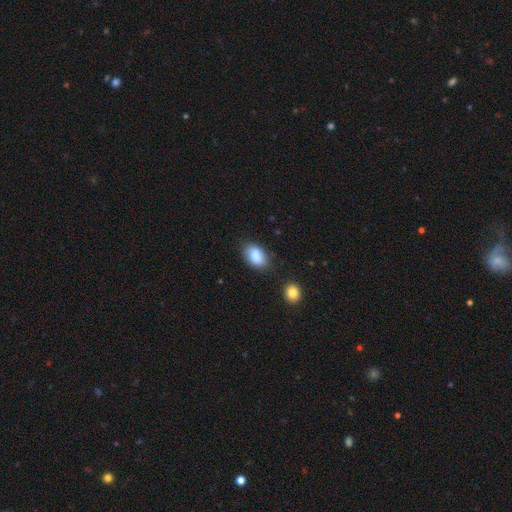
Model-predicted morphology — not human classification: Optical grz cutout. It shows a smooth galaxy with no disk features (88%) that is in between round and cigar-shaped (89%). Merging: none (78%).